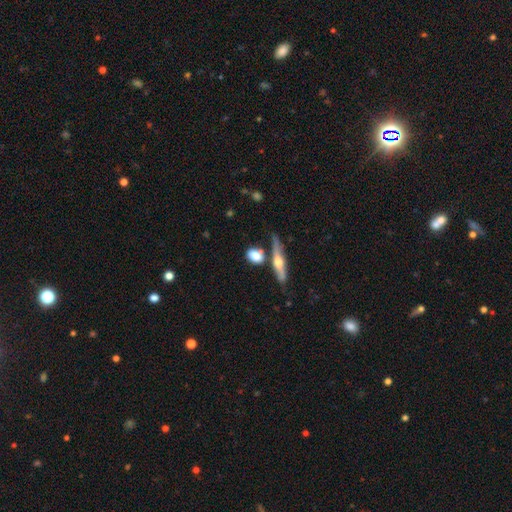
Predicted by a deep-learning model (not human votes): This appears to be a smooth galaxy with no disk features (72%) that is in between round and cigar-shaped (59%). Merging: none (52%).